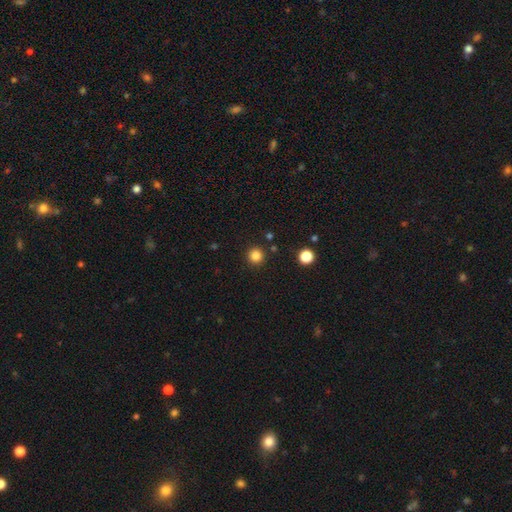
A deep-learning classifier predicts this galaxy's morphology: smooth_or_featured: smooth (p=0.83) [alt: star or artifact p=0.13]
how_rounded: round (p=0.96) [alt: in between p=0.03]
merging: none (p=0.91) [alt: minor disturbance p=0.05]